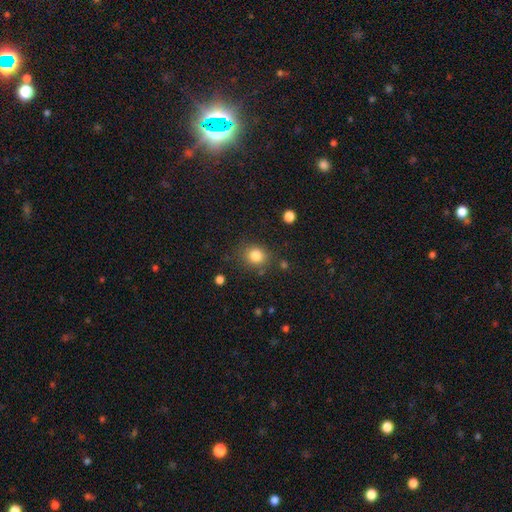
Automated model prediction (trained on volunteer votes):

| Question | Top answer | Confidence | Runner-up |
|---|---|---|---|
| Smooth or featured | smooth | 83% | star or artifact (11%) |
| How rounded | round | 78% | in between (21%) |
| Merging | none | 81% | minor disturbance (12%) |